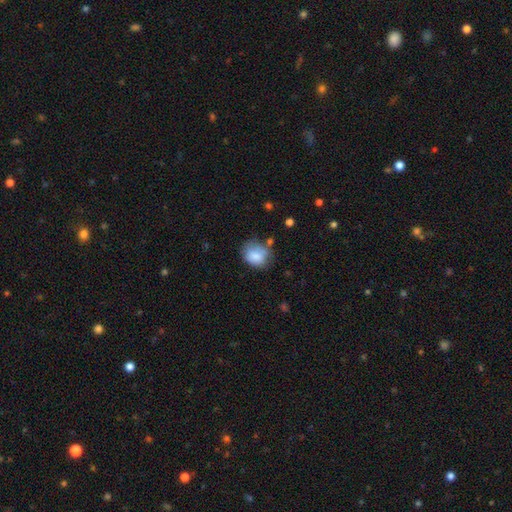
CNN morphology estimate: Smooth or featured? smooth (79%)
How rounded? round (61%)
Merging? none (54%)